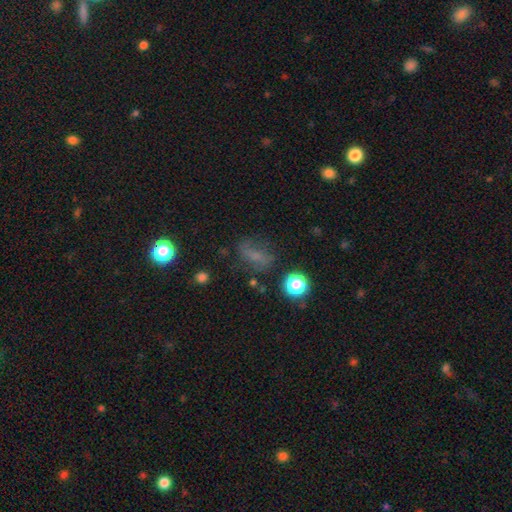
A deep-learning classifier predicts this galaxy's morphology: smooth_or_featured: smooth (p=0.53) [alt: featured or disk p=0.25]
how_rounded: in between (p=0.64) [alt: round p=0.24]
merging: none (p=0.56) [alt: minor disturbance p=0.24]